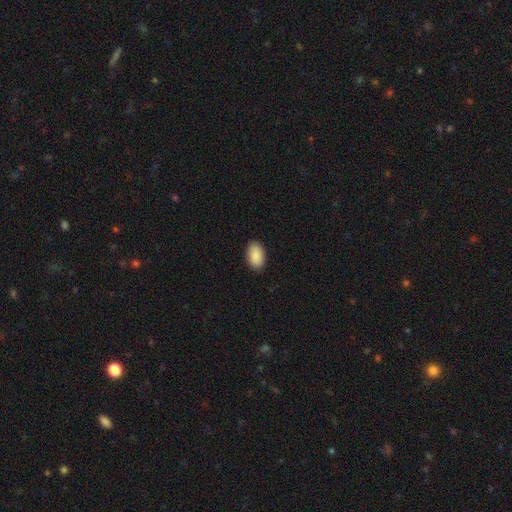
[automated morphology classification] Smooth or featured?
  - smooth: 89% *
  - star or artifact: 6%
  - featured or disk: 4%
How rounded?
  - in between: 93% *
  - round: 6%
  - cigar-shaped: 1%
Merging?
  - none: 89% *
  - minor disturbance: 8%
  - major disturbance: 2%
  - merger: 1%